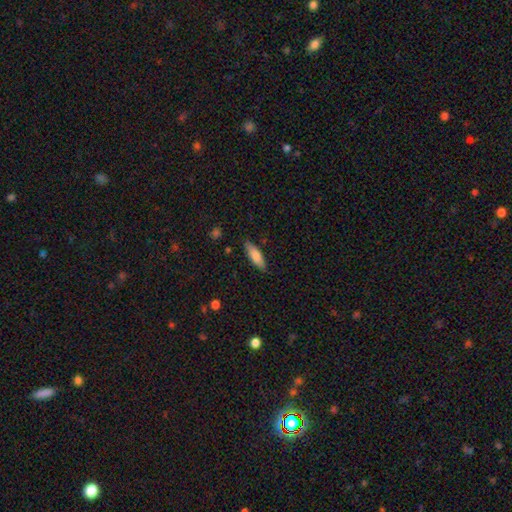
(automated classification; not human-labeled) Smooth or featured? smooth (81%)
How rounded? in between (51%)
Merging? none (84%)